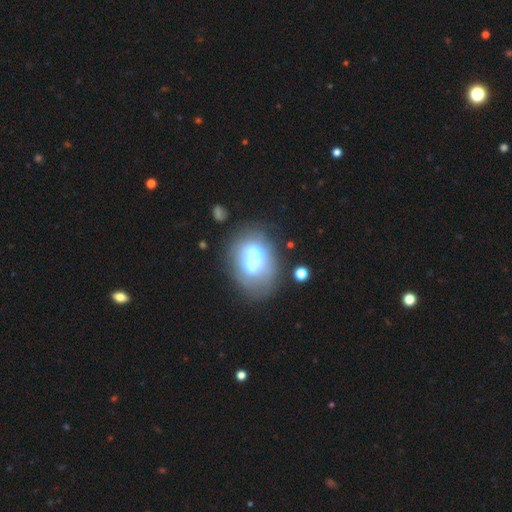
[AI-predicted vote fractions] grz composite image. It shows a smooth galaxy with no disk features (47%). Merging: merger (37%).